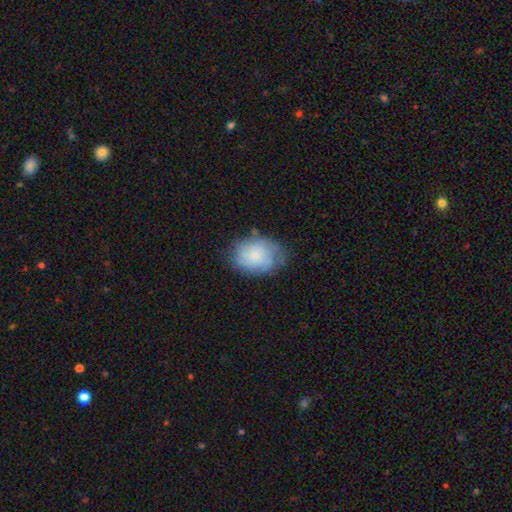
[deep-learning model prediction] This appears to be a smooth galaxy with no disk features (65%) that is in between round and cigar-shaped (73%). Merging: none (58%).